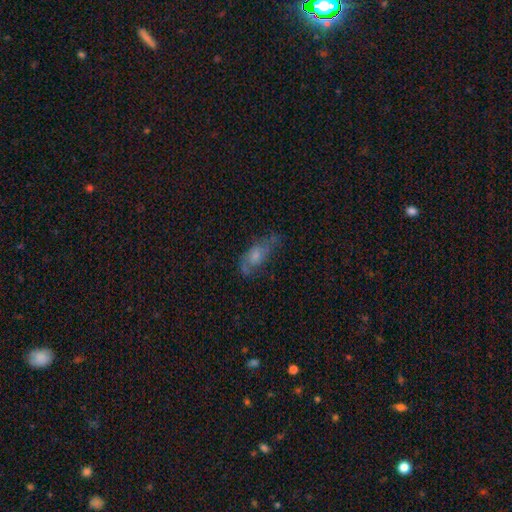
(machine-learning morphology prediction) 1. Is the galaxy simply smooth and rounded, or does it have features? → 45% smooth, 43% featured or disk, 12% star or artifact.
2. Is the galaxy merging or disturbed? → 49% none, 27% minor disturbance, 20% major disturbance, 4% merger.